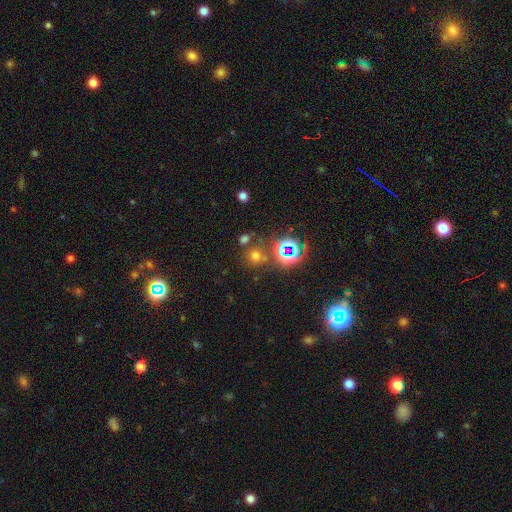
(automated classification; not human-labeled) Smooth or featured? Predicted: smooth (p=0.59). How rounded? Predicted: round (p=0.87). Merging? Predicted: none (p=0.72).